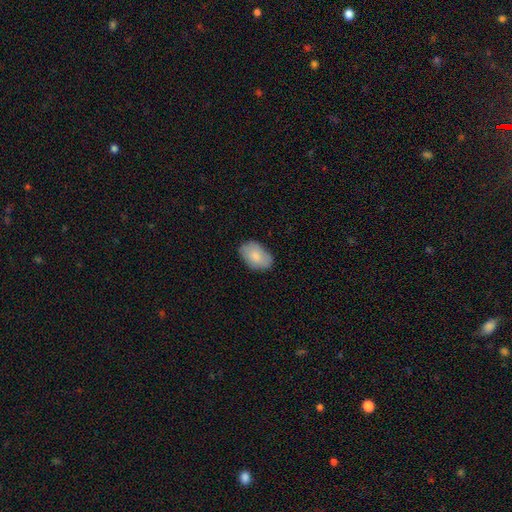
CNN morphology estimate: A smooth galaxy with no disk features (83%) that is in between round and cigar-shaped (91%).

Vote fractions:
- Smooth or featured? smooth: 83% / featured or disk: 11% / star or artifact: 6%
- How rounded? in between: 91% / round: 8% / cigar-shaped: 1%
- Merging? none: 81% / minor disturbance: 15% / major disturbance: 3% / merger: 1%